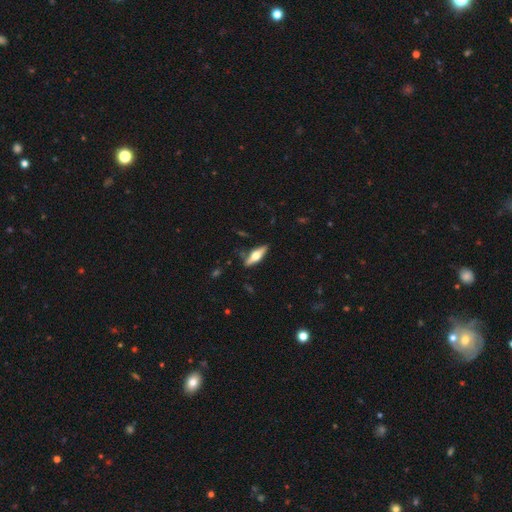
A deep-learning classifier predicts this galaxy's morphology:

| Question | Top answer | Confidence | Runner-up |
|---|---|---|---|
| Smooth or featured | featured or disk | 62% | smooth (33%) |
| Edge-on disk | yes | 95% | no (5%) |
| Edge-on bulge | rounded | 94% | boxy (4%) |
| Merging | none | 83% | minor disturbance (12%) |